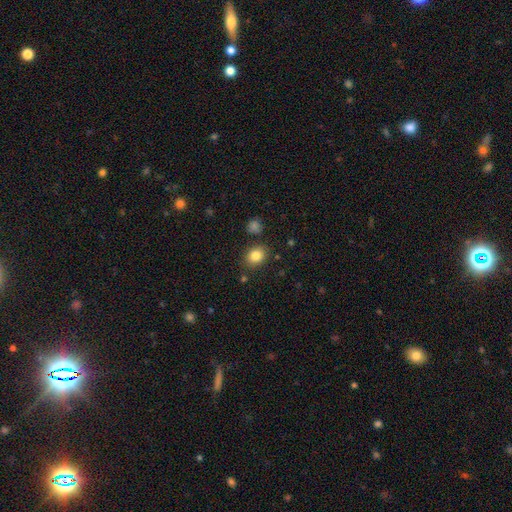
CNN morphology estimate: A smooth galaxy with no disk features (84%) that is round (52%). Merging: none (83%).